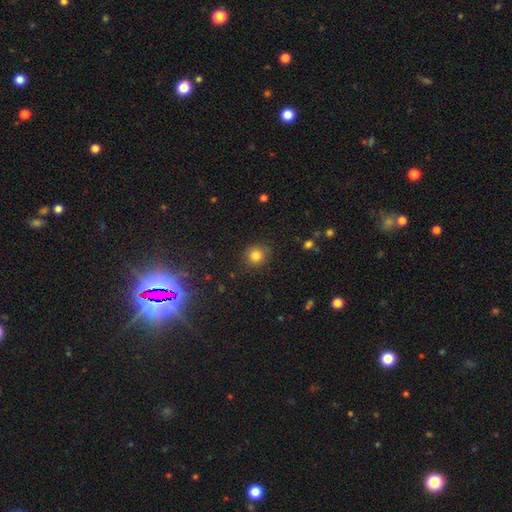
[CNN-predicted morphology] Smooth or featured: smooth — 81% (star or artifact — 13%)
How rounded: round — 89% (in between — 10%)
Merging: none — 84% (minor disturbance — 11%)